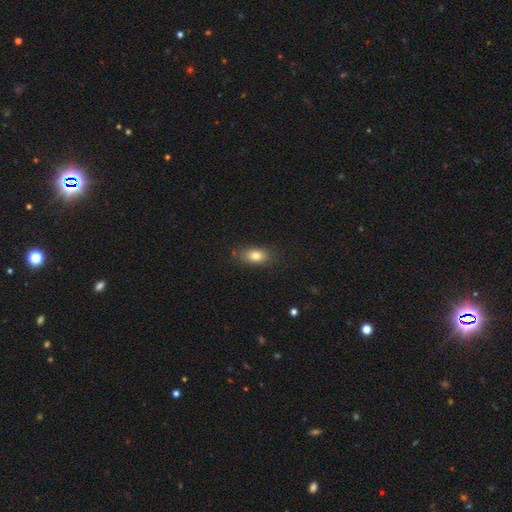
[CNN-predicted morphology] smooth-or-featured: smooth: 81% | featured or disk: 10% | star or artifact: 9%
  how-rounded: in between: 85% | round: 11% | cigar-shaped: 4%
  merging: none: 80% | minor disturbance: 14% | major disturbance: 4% | merger: 2%